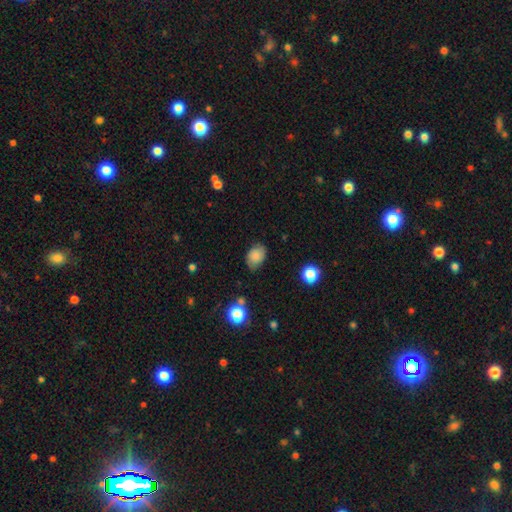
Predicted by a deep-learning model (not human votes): Smooth or featured: smooth — 80% (featured or disk — 11%)
How rounded: in between — 75% (round — 24%)
Merging: none — 73% (minor disturbance — 20%)